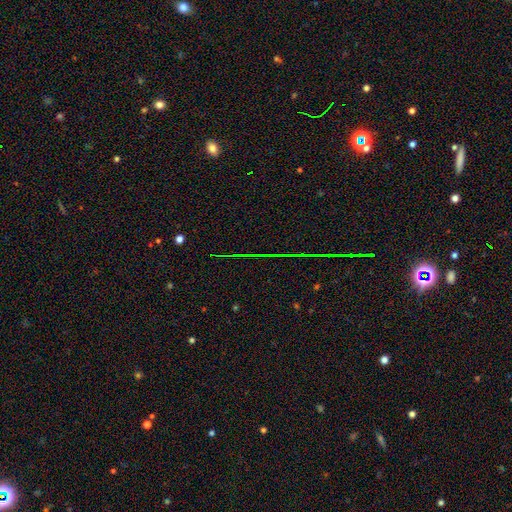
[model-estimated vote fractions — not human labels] Smooth or featured?
  - star or artifact: 79% *
  - smooth: 11%
  - featured or disk: 10%